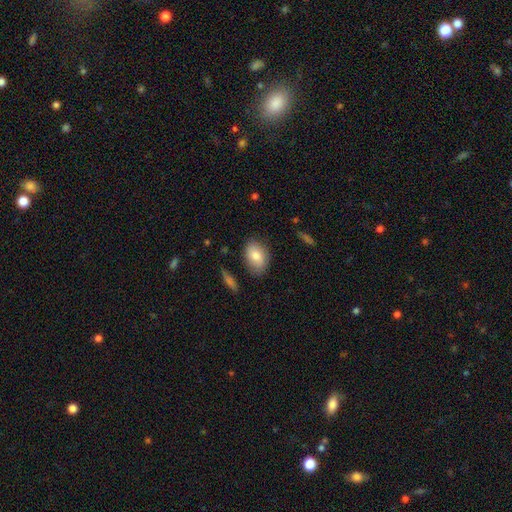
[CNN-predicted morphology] A smooth galaxy with no disk features (80%) that is in between round and cigar-shaped (86%). Merging: none (78%).